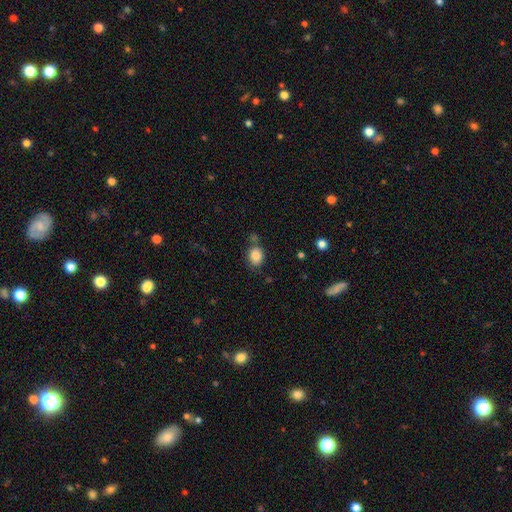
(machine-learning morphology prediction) type=smooth (86%); roundness=round (50%); merging=none (67%).